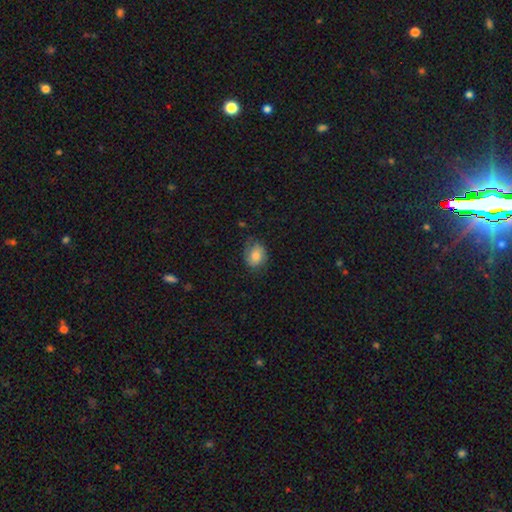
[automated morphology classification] smooth 72%, featured or disk 20%, star or artifact 8%. Down the decision tree: how rounded — in between (61%); merging — none (66%).